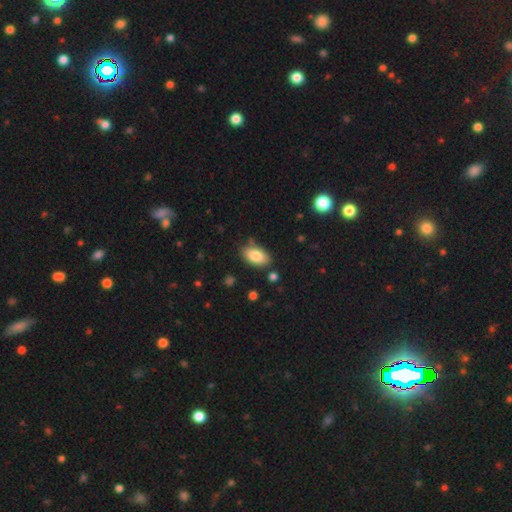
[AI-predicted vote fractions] Smooth or featured: smooth — 83% (featured or disk — 10%)
How rounded: in between — 93% (round — 5%)
Merging: none — 79% (minor disturbance — 14%)